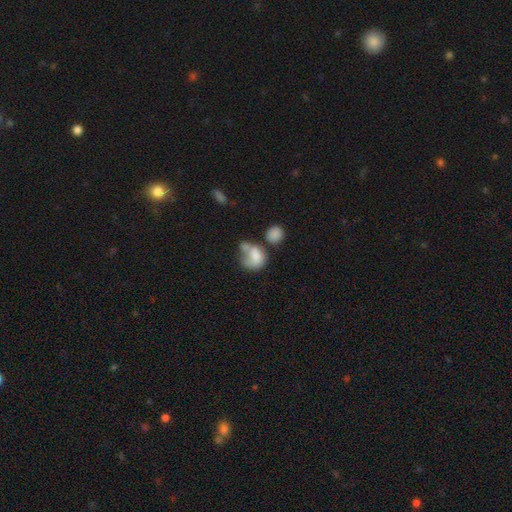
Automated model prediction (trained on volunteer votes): smooth 70%, featured or disk 21%, star or artifact 9%. Down the decision tree: how rounded — in between (56%); merging — merger (36%).